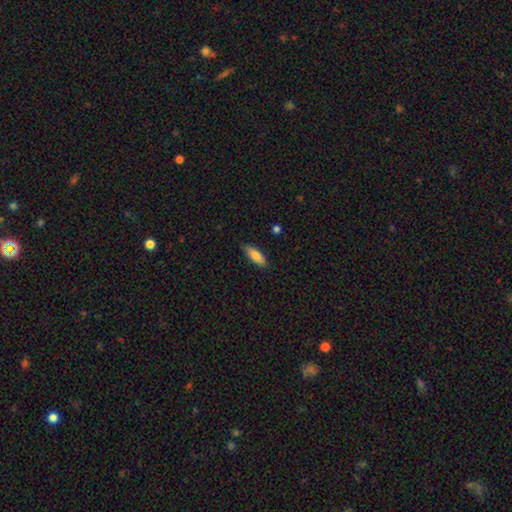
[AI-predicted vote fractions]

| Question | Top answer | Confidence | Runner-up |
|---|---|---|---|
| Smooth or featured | smooth | 78% | featured or disk (15%) |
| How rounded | in between | 61% | cigar-shaped (37%) |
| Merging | none | 86% | minor disturbance (11%) |